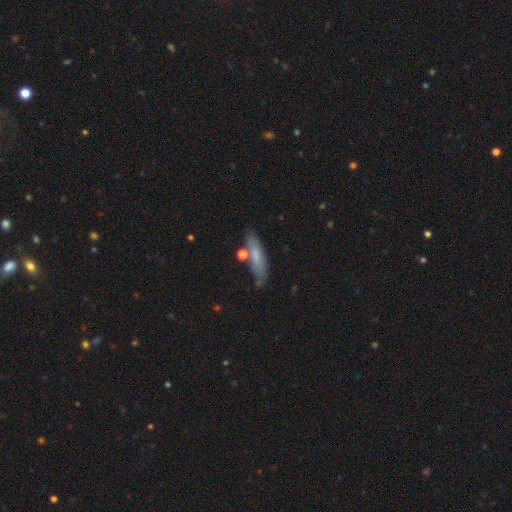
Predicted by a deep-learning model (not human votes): Smooth or featured?
  - smooth: 69% *
  - featured or disk: 23%
  - star or artifact: 7%
How rounded?
  - cigar-shaped: 74% *
  - in between: 24%
  - round: 2%
Merging?
  - none: 75% *
  - minor disturbance: 15%
  - merger: 6%
  - major disturbance: 4%